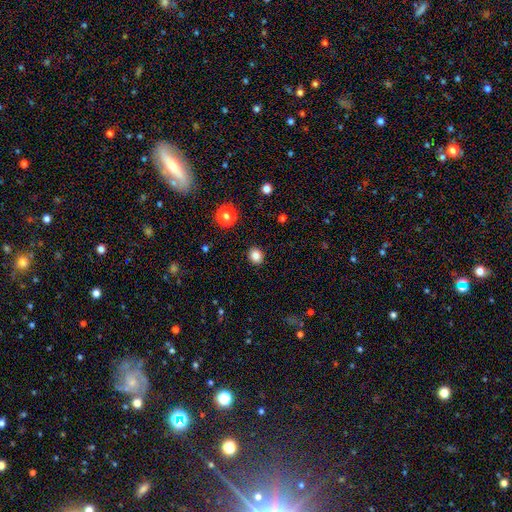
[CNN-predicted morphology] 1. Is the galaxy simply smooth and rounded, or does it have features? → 84% smooth, 12% star or artifact, 5% featured or disk.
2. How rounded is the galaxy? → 77% round, 22% in between, 1% cigar-shaped.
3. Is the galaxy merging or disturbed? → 91% none, 6% minor disturbance, 2% major disturbance, 1% merger.